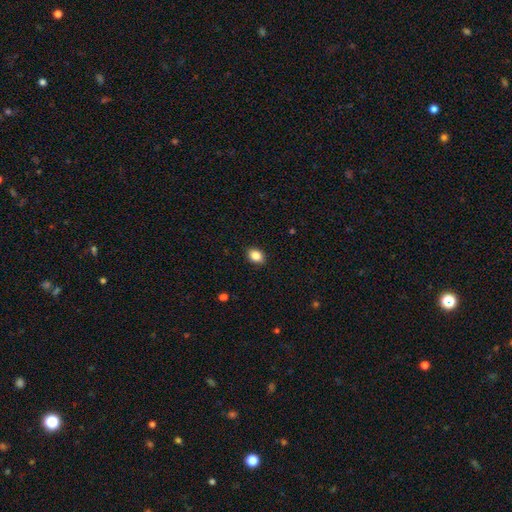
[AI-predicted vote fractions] smooth-or-featured: smooth: 86% | star or artifact: 9% | featured or disk: 5%
  how-rounded: in between: 68% | round: 31% | cigar-shaped: 1%
  merging: none: 89% | minor disturbance: 8% | major disturbance: 2% | merger: 1%